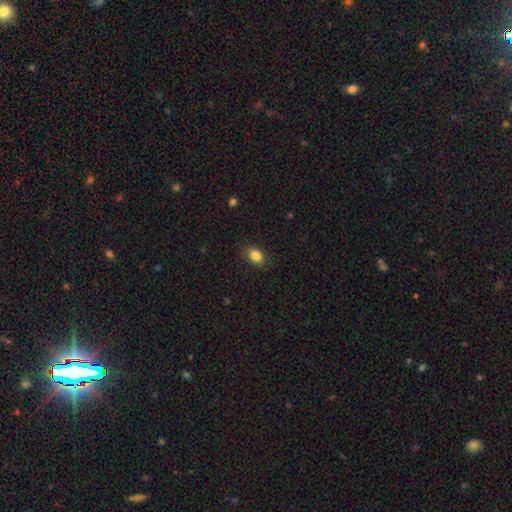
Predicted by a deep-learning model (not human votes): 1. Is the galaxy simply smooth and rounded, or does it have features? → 85% smooth, 10% star or artifact, 5% featured or disk.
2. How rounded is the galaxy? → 66% in between, 33% round, 1% cigar-shaped.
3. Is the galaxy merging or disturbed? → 84% none, 12% minor disturbance, 3% major disturbance, 1% merger.